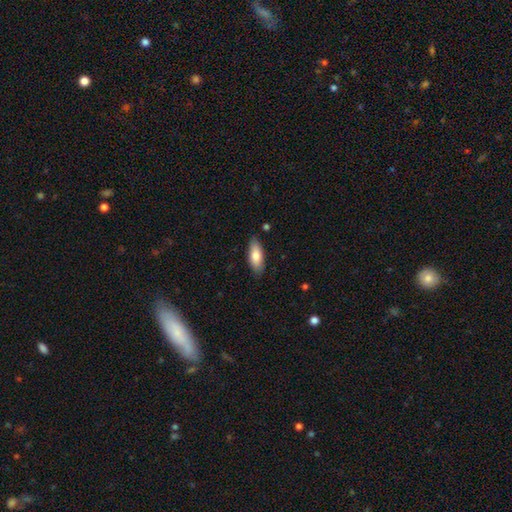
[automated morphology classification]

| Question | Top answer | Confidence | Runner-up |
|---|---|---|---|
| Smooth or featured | smooth | 81% | featured or disk (13%) |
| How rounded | in between | 76% | cigar-shaped (22%) |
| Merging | none | 84% | minor disturbance (12%) |